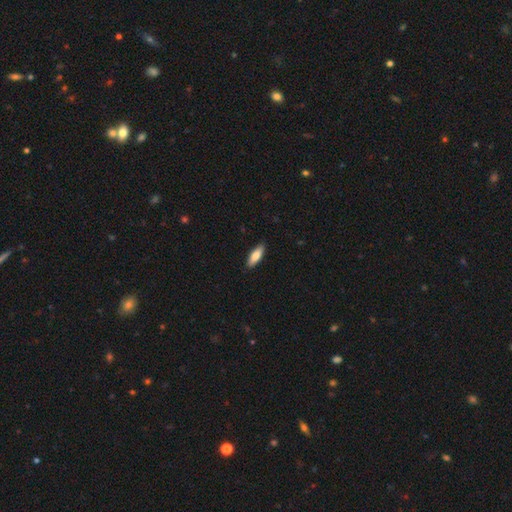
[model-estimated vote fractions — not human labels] Q: Smooth or featured?
A: smooth (79%); runner-up: featured or disk (16%)
Q: How rounded?
A: in between (59%); runner-up: cigar-shaped (39%)
Q: Merging?
A: none (90%); runner-up: minor disturbance (8%)